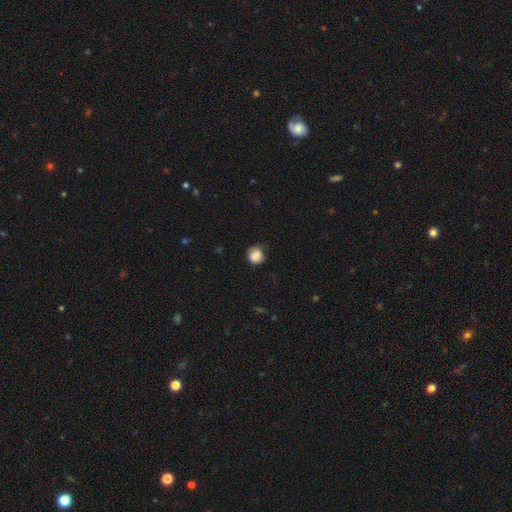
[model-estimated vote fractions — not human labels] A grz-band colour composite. It shows a smooth galaxy with no disk features (85%) that is round (78%). Merging: none (65%).